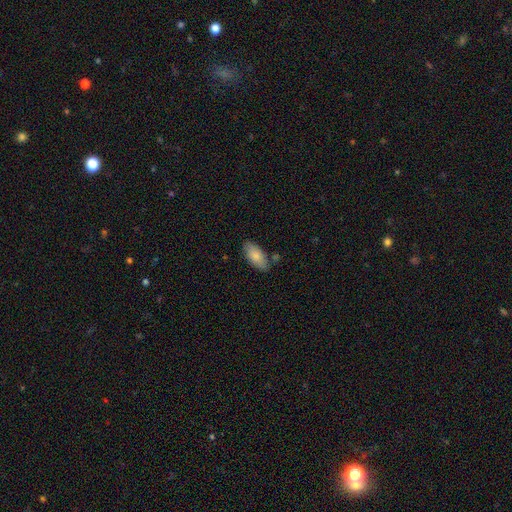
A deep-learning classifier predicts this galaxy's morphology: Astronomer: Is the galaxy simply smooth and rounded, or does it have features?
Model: smooth — 83%.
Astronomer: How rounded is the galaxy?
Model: in between — 90%.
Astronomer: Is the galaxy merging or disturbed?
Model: none — 79%.